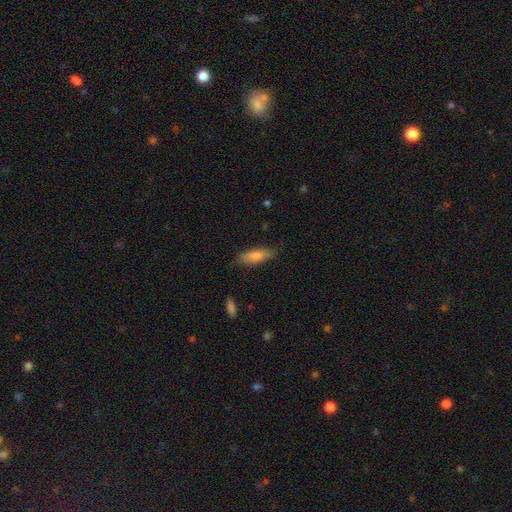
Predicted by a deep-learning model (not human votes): smooth_or_featured: smooth (p=0.76) [alt: featured or disk p=0.17]
how_rounded: cigar-shaped (p=0.49) [tied with: in between p=0.49]
merging: none (p=0.79) [alt: minor disturbance p=0.16]